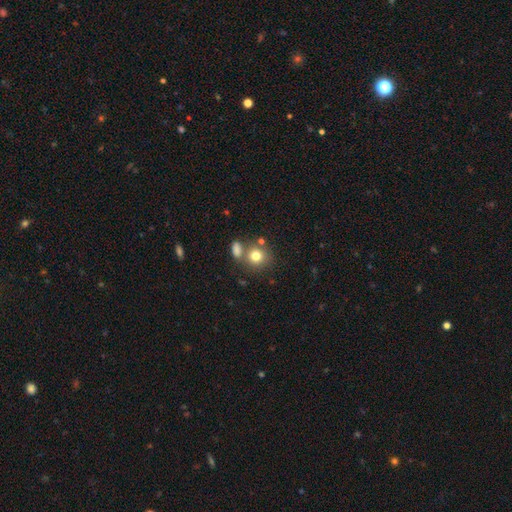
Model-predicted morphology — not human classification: A smooth galaxy with no disk features (78%) that is round (81%).

Vote fractions:
- Smooth or featured? smooth: 78% / star or artifact: 11% / featured or disk: 11%
- How rounded? round: 81% / in between: 18% / cigar-shaped: 1%
- Merging? none: 59% / merger: 26% / minor disturbance: 11% / major disturbance: 4%